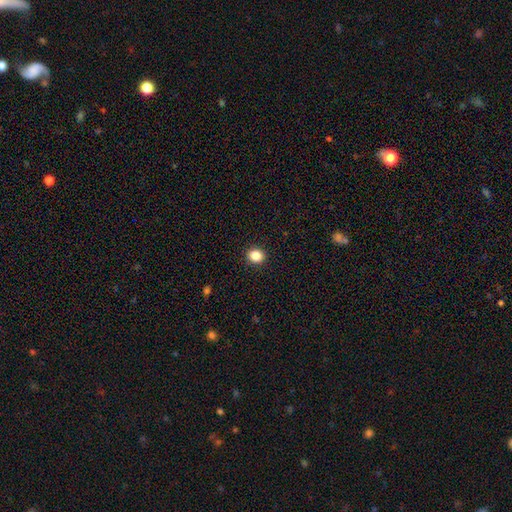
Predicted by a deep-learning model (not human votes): smooth-or-featured: smooth: 86% | star or artifact: 10% | featured or disk: 4%
  how-rounded: round: 71% | in between: 28% | cigar-shaped: 1%
  merging: none: 92% | minor disturbance: 5% | major disturbance: 2% | merger: 1%